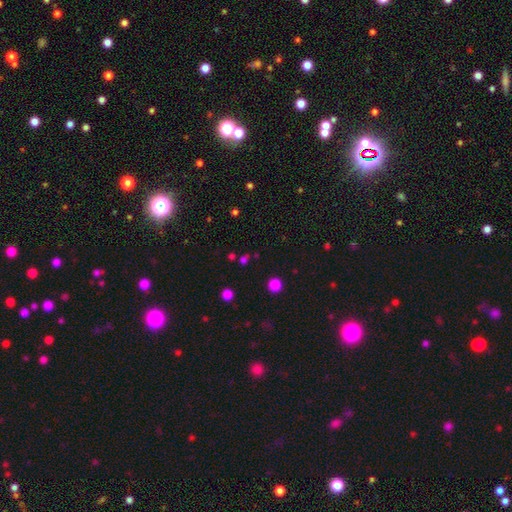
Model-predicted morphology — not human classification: Smooth or featured? smooth (63%)
How rounded? round (78%)
Merging? none (84%)